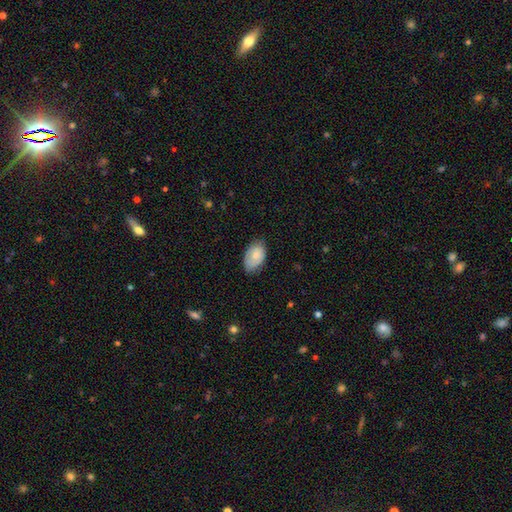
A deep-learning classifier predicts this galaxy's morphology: Q: Smooth or featured?
A: smooth (77%); runner-up: featured or disk (17%)
Q: How rounded?
A: in between (92%); runner-up: round (6%)
Q: Merging?
A: none (69%); runner-up: minor disturbance (25%)